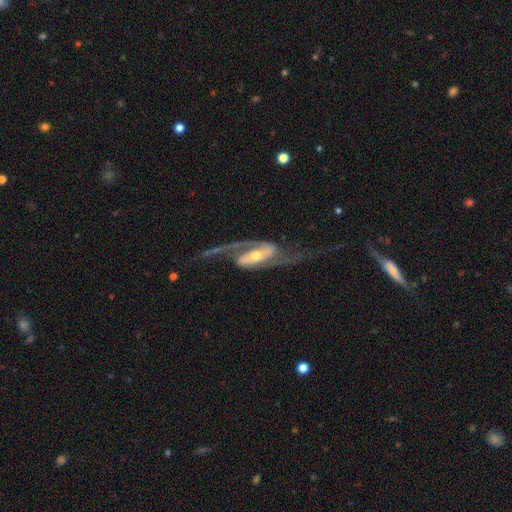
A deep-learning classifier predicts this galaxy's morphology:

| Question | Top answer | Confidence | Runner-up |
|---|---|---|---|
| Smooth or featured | featured or disk | 90% | smooth (6%) |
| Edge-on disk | no | 94% | yes (6%) |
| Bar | strong | 41% | weak (33%) |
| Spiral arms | yes | 96% | no (4%) |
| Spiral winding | loose | 63% | medium (29%) |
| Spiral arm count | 2 | 91% | 1 (4%) |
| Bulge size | moderate | 55% | small (35%) |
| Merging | none | 57% | major disturbance (26%) |